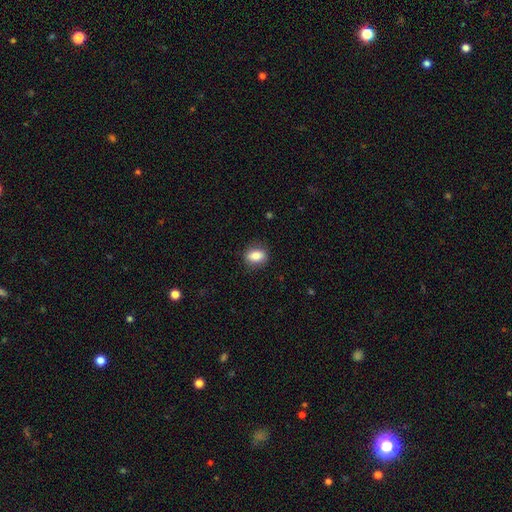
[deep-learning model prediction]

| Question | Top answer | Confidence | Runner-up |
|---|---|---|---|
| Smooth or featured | smooth | 84% | featured or disk (8%) |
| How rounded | in between | 68% | round (30%) |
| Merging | none | 85% | minor disturbance (11%) |